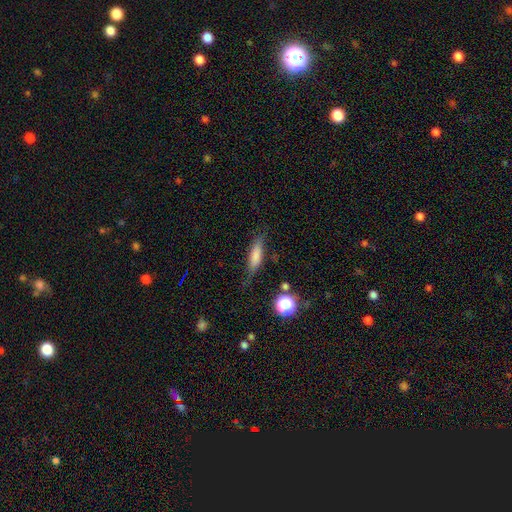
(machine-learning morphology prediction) This appears to be a smooth galaxy with no disk features (71%) that is cigar-shaped (63%). Merging: none (68%).